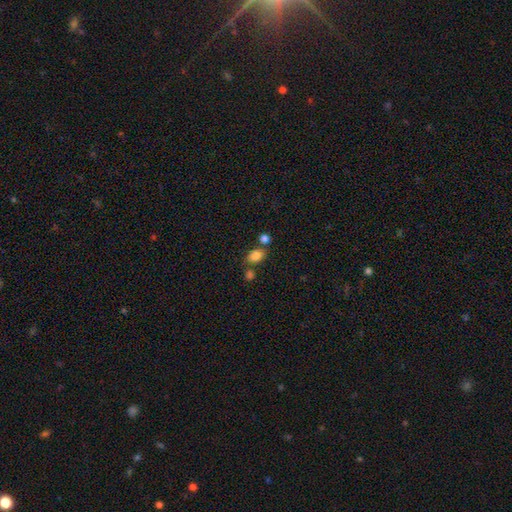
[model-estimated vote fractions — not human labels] smooth-or-featured: smooth: 83% | star or artifact: 10% | featured or disk: 6%
  how-rounded: in between: 79% | round: 20% | cigar-shaped: 1%
  merging: none: 65% | merger: 18% | minor disturbance: 12% | major disturbance: 4%